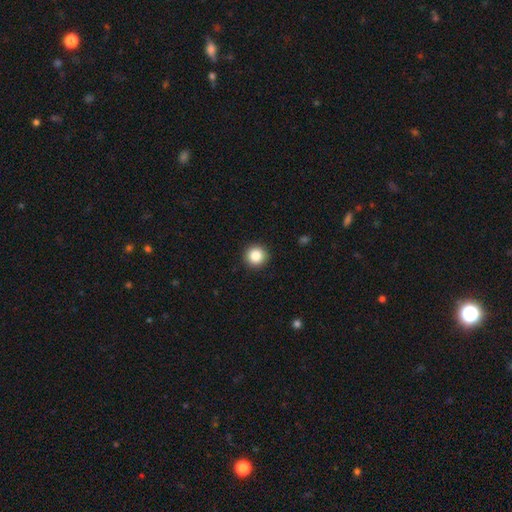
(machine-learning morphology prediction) Smooth or featured?
  - smooth: 85% *
  - star or artifact: 10%
  - featured or disk: 5%
How rounded?
  - round: 96% *
  - in between: 4%
  - cigar-shaped: 1%
Merging?
  - none: 93% *
  - minor disturbance: 5%
  - major disturbance: 2%
  - merger: 1%